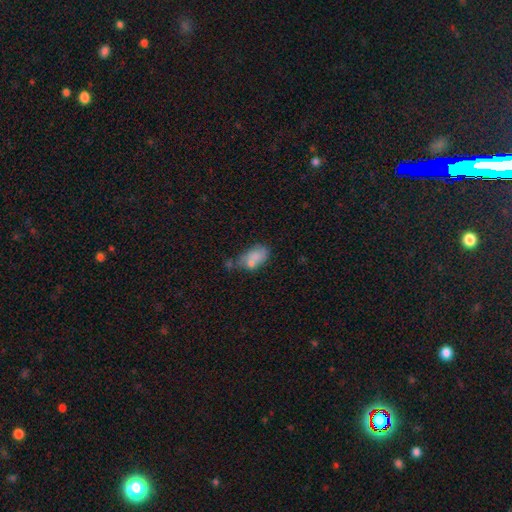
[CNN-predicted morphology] A smooth galaxy with no disk features (70%) that is in between round and cigar-shaped (89%). Merging: none (34%).